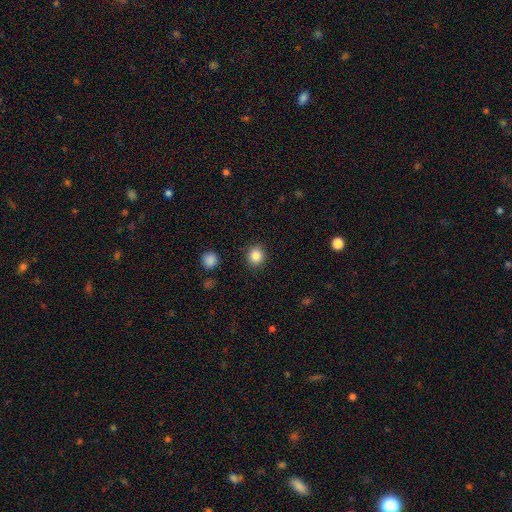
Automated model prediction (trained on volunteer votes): smooth 85%, star or artifact 10%, featured or disk 5%. Down the decision tree: how rounded — round (83%); merging — none (91%).